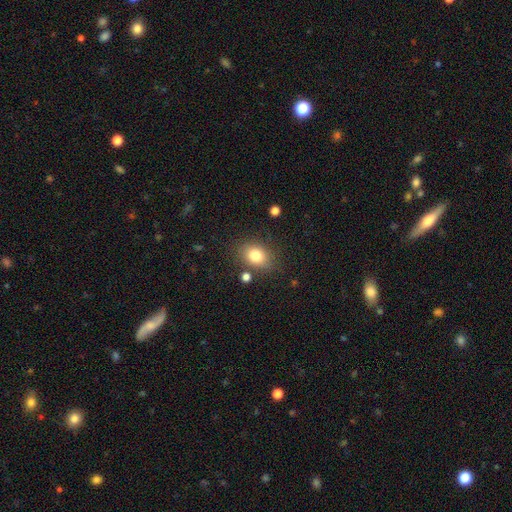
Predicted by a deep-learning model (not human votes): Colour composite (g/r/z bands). It shows a smooth galaxy with no disk features (80%) that is in between round and cigar-shaped (64%). Merging: none (78%).